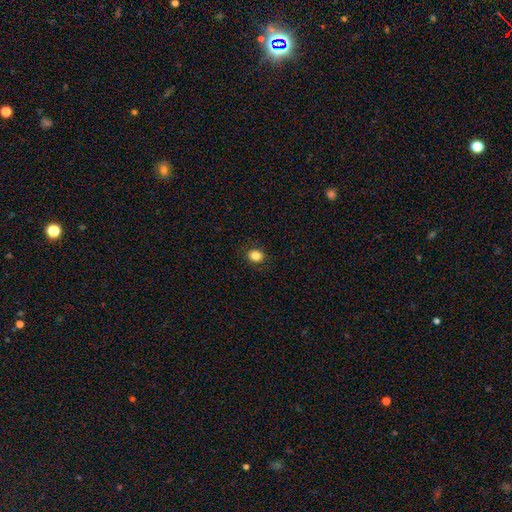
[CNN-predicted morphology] Smooth or featured? smooth (84%)
How rounded? round (62%)
Merging? none (89%)